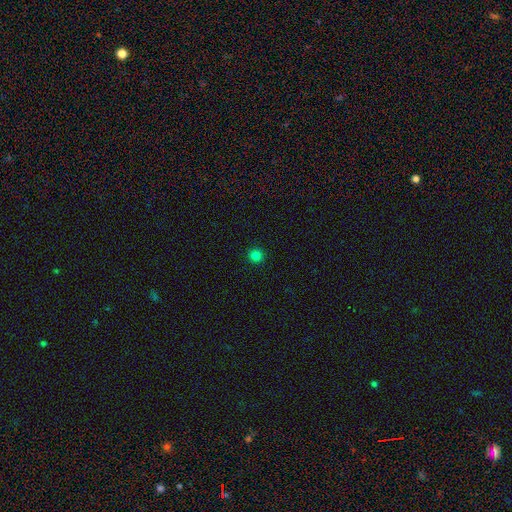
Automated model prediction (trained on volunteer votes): Q: Smooth or featured?
A: smooth (81%); runner-up: star or artifact (15%)
Q: How rounded?
A: round (96%); runner-up: in between (3%)
Q: Merging?
A: none (93%); runner-up: minor disturbance (4%)